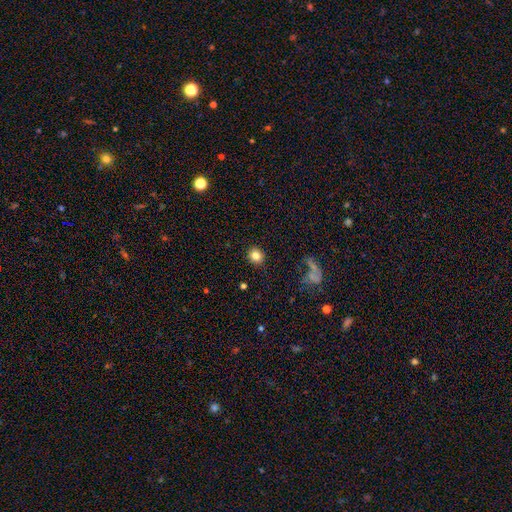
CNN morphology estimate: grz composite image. It shows a smooth galaxy with no disk features (82%) that is round (85%). Merging: none (89%).